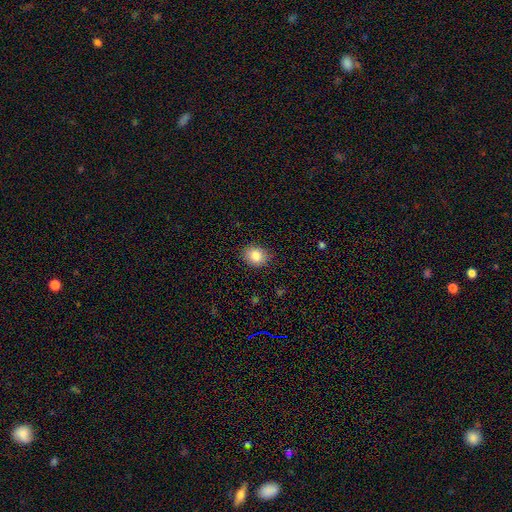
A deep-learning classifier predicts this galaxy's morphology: Smooth or featured? smooth (85%)
How rounded? round (58%)
Merging? none (86%)